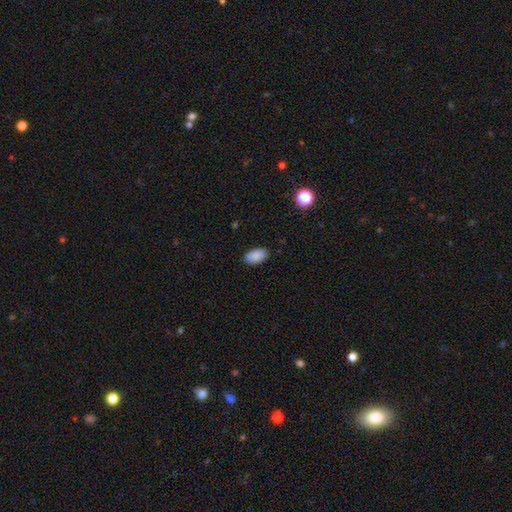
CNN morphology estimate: The model was most divided on "merging": none: 87%, minor disturbance: 10%, major disturbance: 2%, merger: 1%. More confident: how rounded — in between (95%); smooth or featured — smooth (89%).